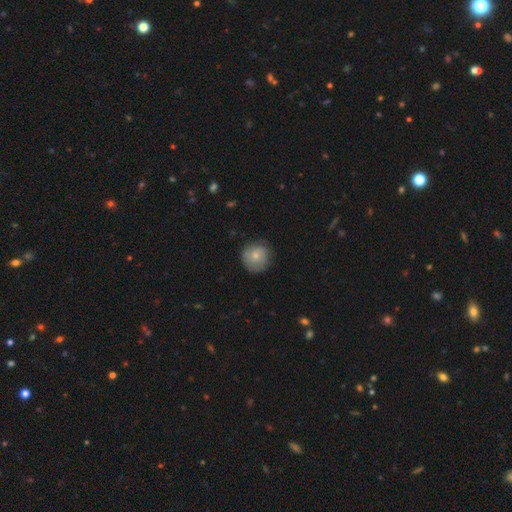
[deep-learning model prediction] smooth 71%, featured or disk 22%, star or artifact 7%. Down the decision tree: how rounded — round (91%); merging — none (75%).